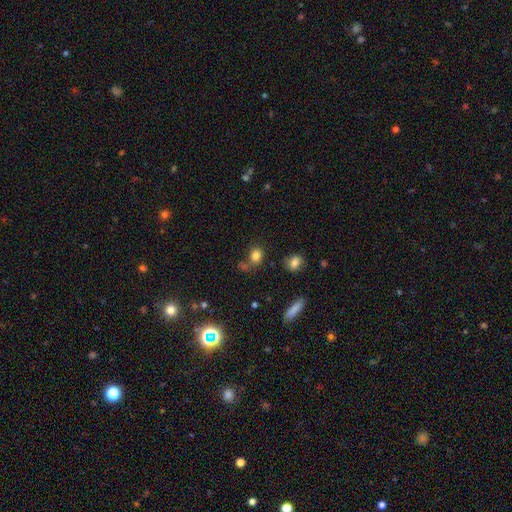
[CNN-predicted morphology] smooth 80%, star or artifact 13%, featured or disk 7%. Down the decision tree: how rounded — round (60%); merging — none (59%).